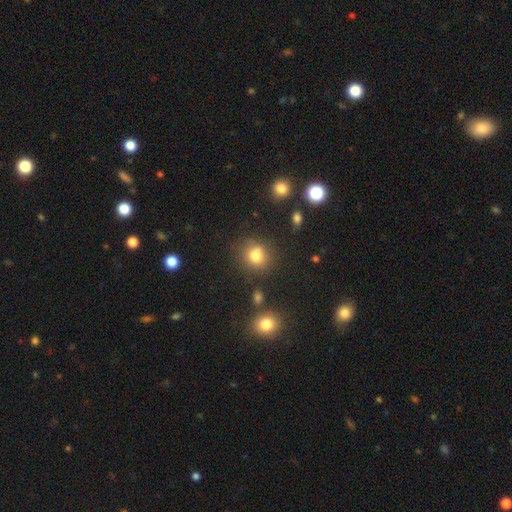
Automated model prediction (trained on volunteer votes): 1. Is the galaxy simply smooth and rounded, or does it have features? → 79% smooth, 13% star or artifact, 7% featured or disk.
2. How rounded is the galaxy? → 77% round, 22% in between, 1% cigar-shaped.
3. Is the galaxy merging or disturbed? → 78% none, 12% minor disturbance, 6% merger, 4% major disturbance.